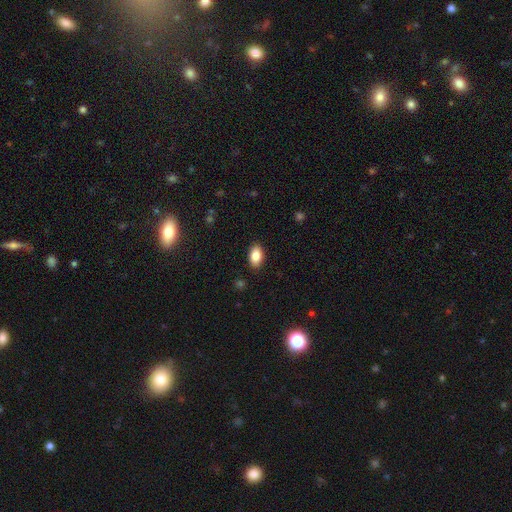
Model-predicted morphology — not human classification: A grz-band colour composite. It shows a smooth galaxy with no disk features (85%) that is in between round and cigar-shaped (92%). Merging: none (89%).